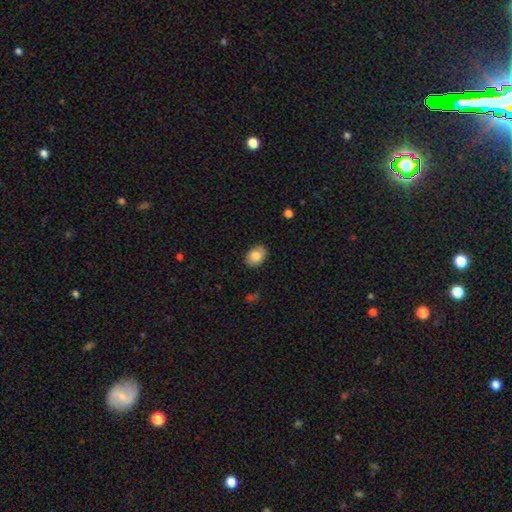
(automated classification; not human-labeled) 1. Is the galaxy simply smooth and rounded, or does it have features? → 80% smooth, 12% featured or disk, 7% star or artifact.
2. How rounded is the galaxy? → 80% in between, 19% round, 1% cigar-shaped.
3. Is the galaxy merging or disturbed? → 87% none, 10% minor disturbance, 2% major disturbance, 1% merger.